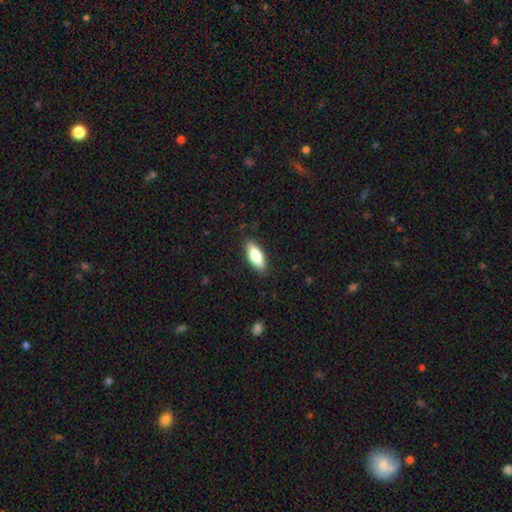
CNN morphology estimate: Smooth or featured? smooth (78%)
How rounded? in between (75%)
Merging? none (85%)